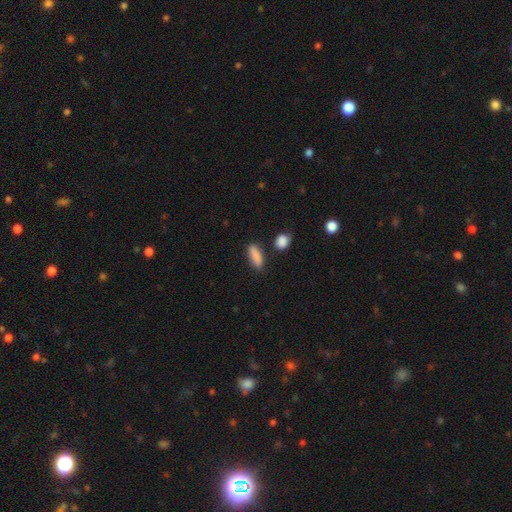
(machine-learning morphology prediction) Smooth or featured? Predicted: smooth (p=0.87). How rounded? Predicted: in between (p=0.63). Merging? Predicted: none (p=0.78).